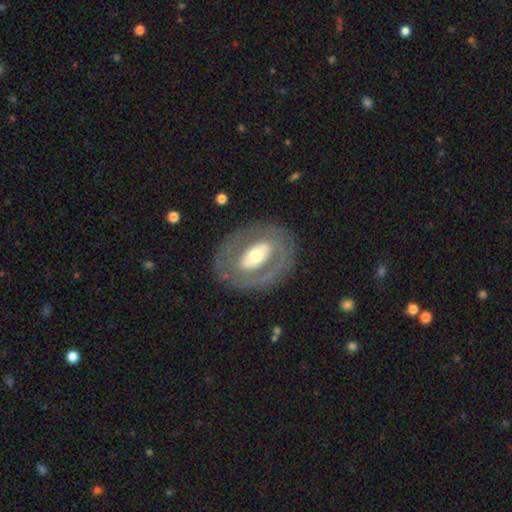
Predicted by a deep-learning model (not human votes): Smooth or featured? featured or disk (67%)
Edge-on disk? no (93%)
Bar? no (48%)
Spiral arms? no (64%)
Bulge size? moderate (60%)
Merging? none (79%)